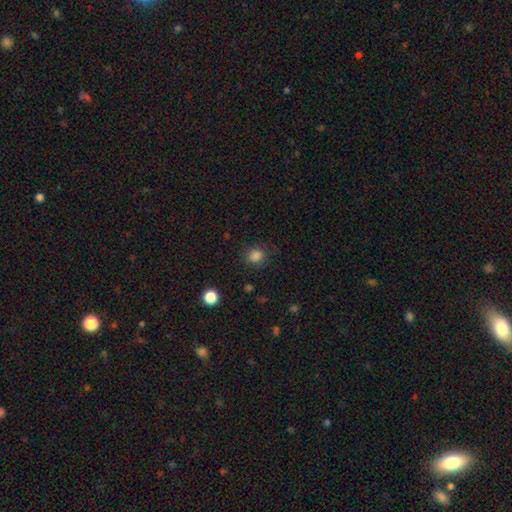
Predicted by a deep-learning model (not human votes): Morphology: type=smooth (84%); roundness=round (78%); merging=none (82%).